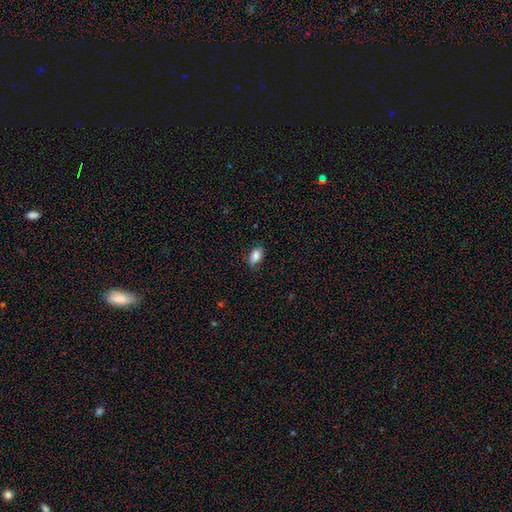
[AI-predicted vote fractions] Q: Smooth or featured?
A: smooth (84%); runner-up: featured or disk (9%)
Q: How rounded?
A: in between (90%); runner-up: round (7%)
Q: Merging?
A: none (78%); runner-up: minor disturbance (18%)